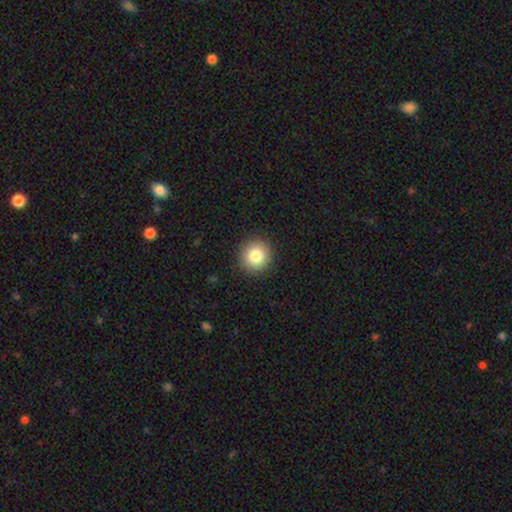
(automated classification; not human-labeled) A smooth galaxy with no disk features (83%) that is round (90%). Merging: none (91%).